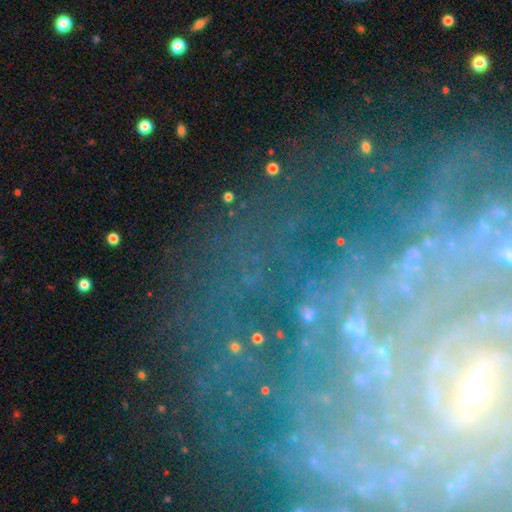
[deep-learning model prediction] Smooth or featured? Predicted: featured or disk (p=0.60). Edge-on disk? Predicted: no (p=0.92). Bar? Predicted: no (p=0.54). Spiral arms? Predicted: yes (p=0.77). Bulge size? Predicted: small (p=0.53). Merging? Predicted: none (p=0.63).